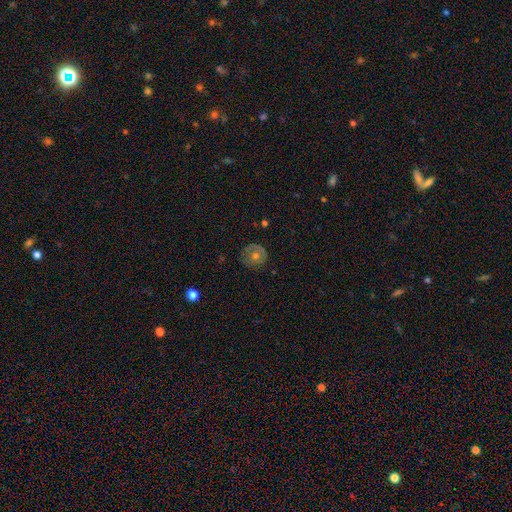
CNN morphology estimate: A featured or disk galaxy (47%).

Vote fractions:
- Smooth or featured? featured or disk: 47% / smooth: 42% / star or artifact: 11%
- Merging? none: 79% / minor disturbance: 14% / major disturbance: 5% / merger: 1%